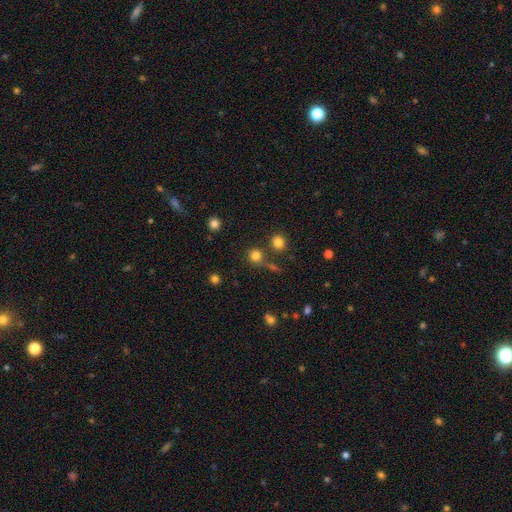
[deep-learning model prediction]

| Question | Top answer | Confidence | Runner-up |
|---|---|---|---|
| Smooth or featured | smooth | 78% | star or artifact (15%) |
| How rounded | round | 91% | in between (8%) |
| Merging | none | 70% | merger (16%) |